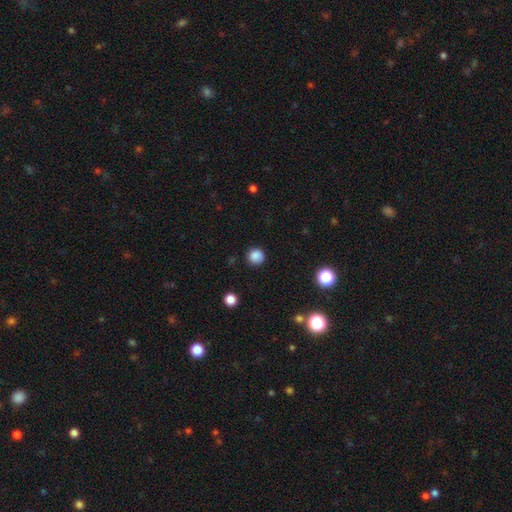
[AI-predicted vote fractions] smooth_or_featured: smooth (p=0.86) [alt: star or artifact p=0.11]
how_rounded: round (p=0.93) [alt: in between p=0.06]
merging: none (p=0.90) [alt: minor disturbance p=0.07]